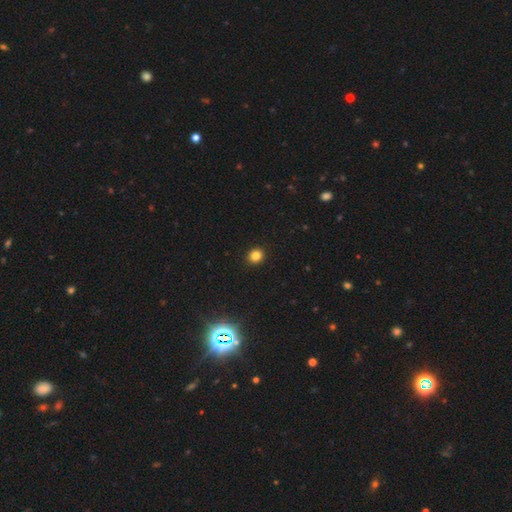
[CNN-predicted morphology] Q: Smooth or featured?
A: smooth (82%); runner-up: star or artifact (13%)
Q: How rounded?
A: round (81%); runner-up: in between (19%)
Q: Merging?
A: none (92%); runner-up: minor disturbance (5%)